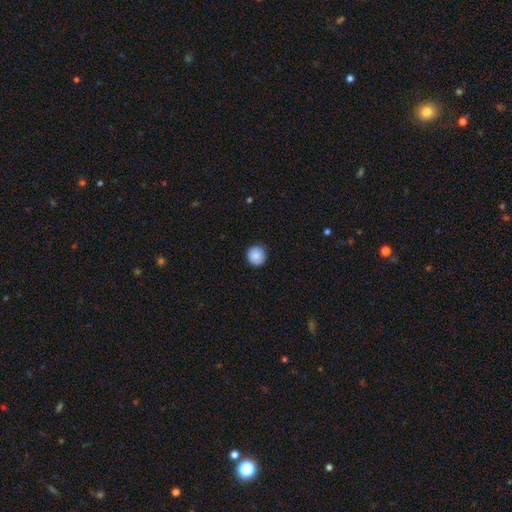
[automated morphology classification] smooth_or_featured: smooth (p=0.88) [alt: star or artifact p=0.08]
how_rounded: round (p=0.93) [alt: in between p=0.06]
merging: none (p=0.90) [alt: minor disturbance p=0.07]